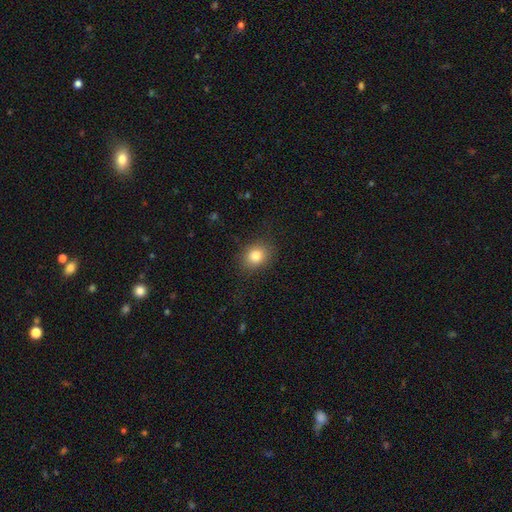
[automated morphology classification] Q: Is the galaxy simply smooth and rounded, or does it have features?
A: smooth — 81%.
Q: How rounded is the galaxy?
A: round — 54%.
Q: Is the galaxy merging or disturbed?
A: none — 86%.